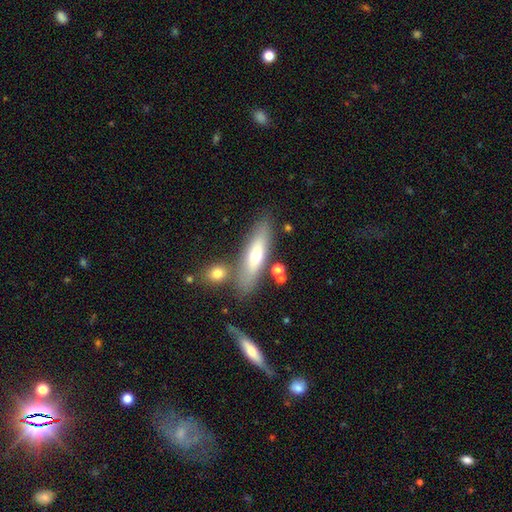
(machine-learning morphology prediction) Q: Smooth or featured?
A: smooth (52%); runner-up: featured or disk (41%)
Q: How rounded?
A: cigar-shaped (66%); runner-up: in between (32%)
Q: Merging?
A: none (74%); runner-up: minor disturbance (13%)